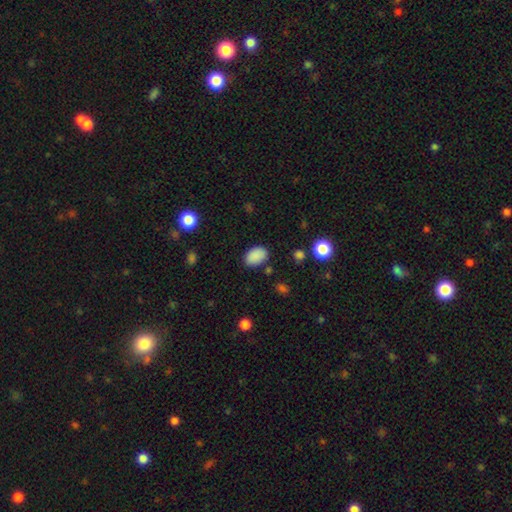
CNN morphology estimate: smooth_or_featured: smooth (p=0.88) [alt: star or artifact p=0.08]
how_rounded: in between (p=0.88) [alt: round p=0.11]
merging: none (p=0.82) [alt: minor disturbance p=0.13]